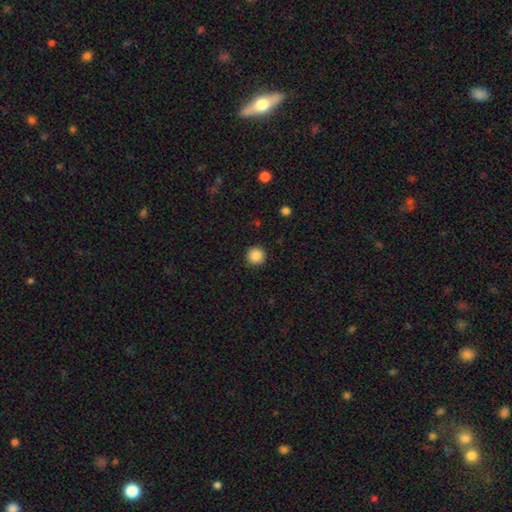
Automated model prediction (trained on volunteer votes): The model was most divided on "smooth or featured": smooth: 88%, star or artifact: 10%, featured or disk: 3%. More confident: how rounded — round (96%); merging — none (92%).